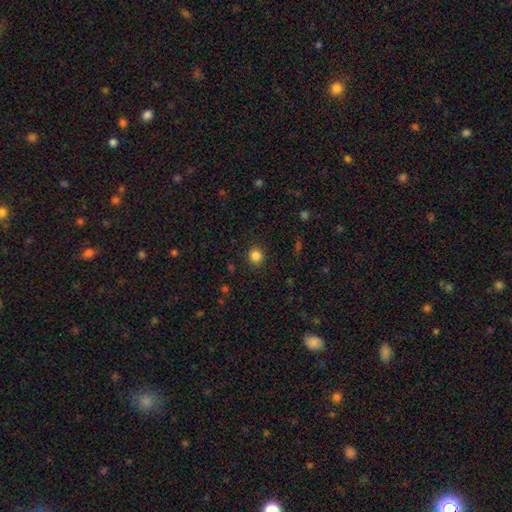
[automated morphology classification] This appears to be a smooth galaxy with no disk features (85%) that is round (90%). Merging: none (91%).